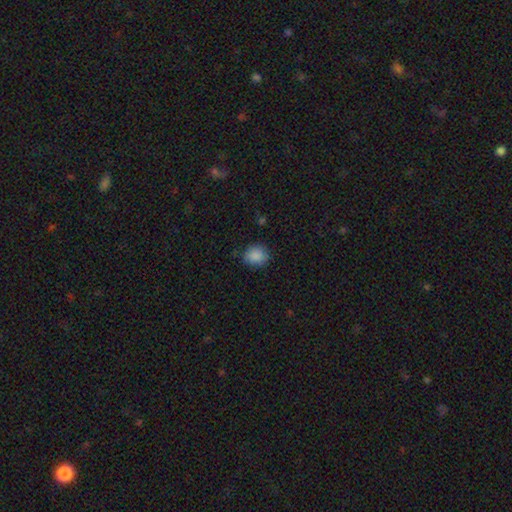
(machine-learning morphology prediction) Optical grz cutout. It shows a smooth galaxy with no disk features (88%) that is round (71%). Merging: none (81%).